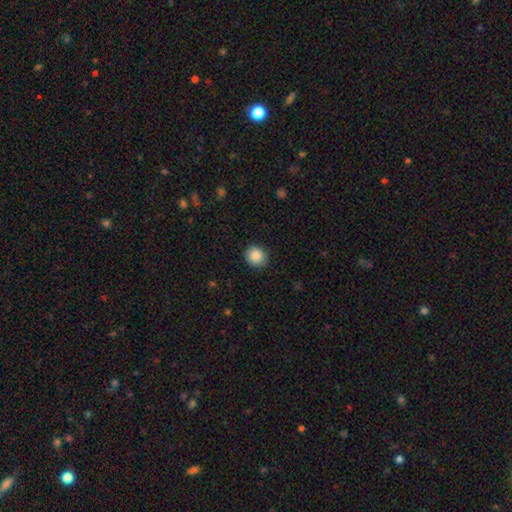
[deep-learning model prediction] smooth 88%, star or artifact 9%, featured or disk 3%. Down the decision tree: how rounded — round (83%); merging — none (89%).